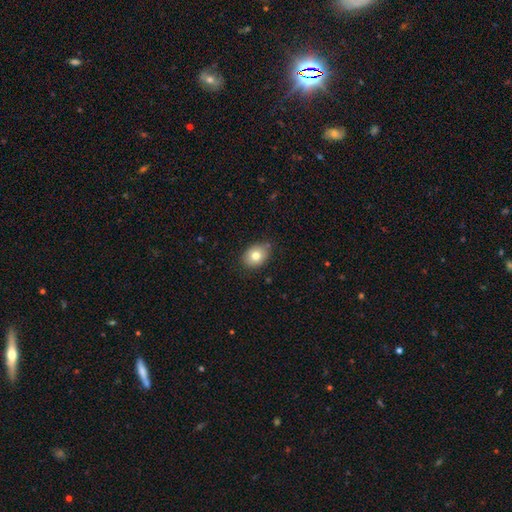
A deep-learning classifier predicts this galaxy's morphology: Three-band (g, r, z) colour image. It shows a smooth galaxy with no disk features (79%) that is in between round and cigar-shaped (63%). Merging: none (81%).